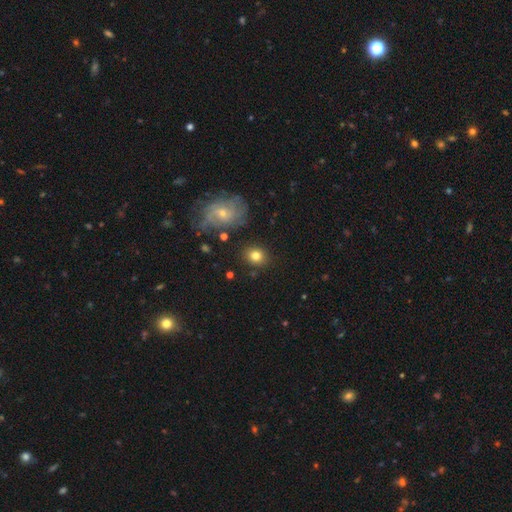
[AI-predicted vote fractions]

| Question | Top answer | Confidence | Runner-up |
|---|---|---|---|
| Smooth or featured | smooth | 78% | featured or disk (12%) |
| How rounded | round | 69% | in between (30%) |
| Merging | none | 84% | minor disturbance (9%) |